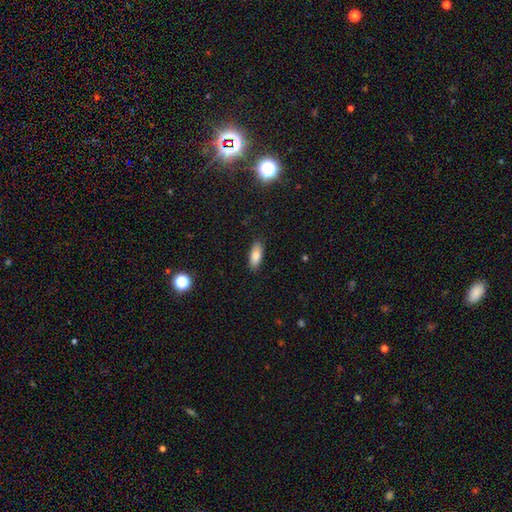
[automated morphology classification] Q: Smooth or featured?
A: smooth (83%); runner-up: featured or disk (9%)
Q: How rounded?
A: in between (77%); runner-up: cigar-shaped (21%)
Q: Merging?
A: none (87%); runner-up: minor disturbance (10%)